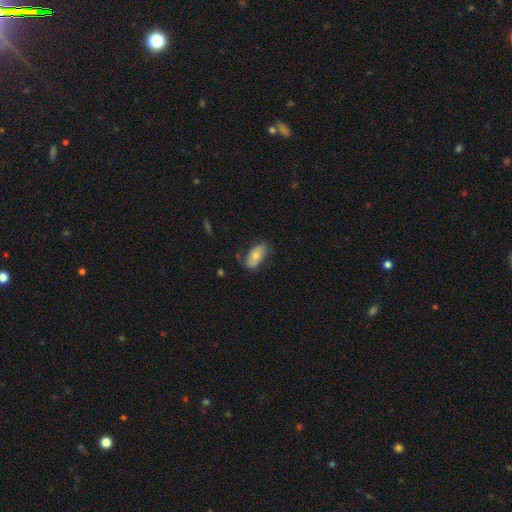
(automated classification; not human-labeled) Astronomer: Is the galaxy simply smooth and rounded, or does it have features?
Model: smooth — 68%.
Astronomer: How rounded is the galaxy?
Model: in between — 90%.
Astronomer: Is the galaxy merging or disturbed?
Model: none — 70%.